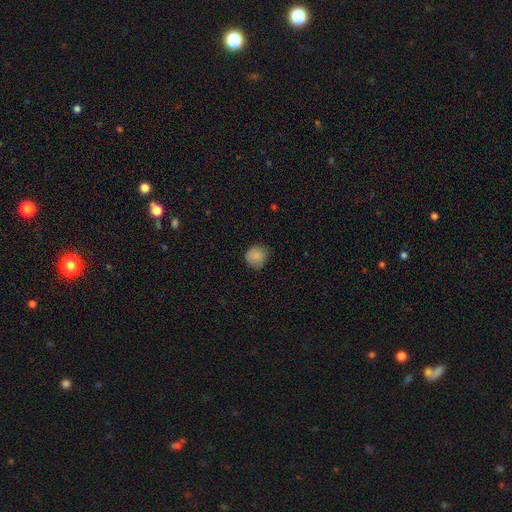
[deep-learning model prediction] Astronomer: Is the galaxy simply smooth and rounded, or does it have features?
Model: smooth — 86%.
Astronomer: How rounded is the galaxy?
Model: round — 87%.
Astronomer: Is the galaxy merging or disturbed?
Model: none — 77%.